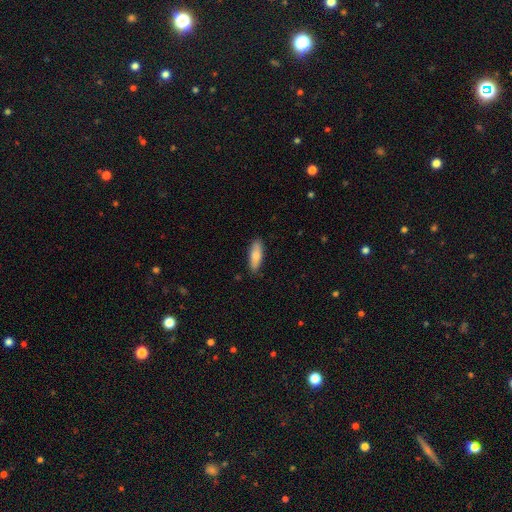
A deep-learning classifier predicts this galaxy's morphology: This is clearly a smooth galaxy (81%). How rounded: possibly in between (56%). Merging: clearly none (85%).